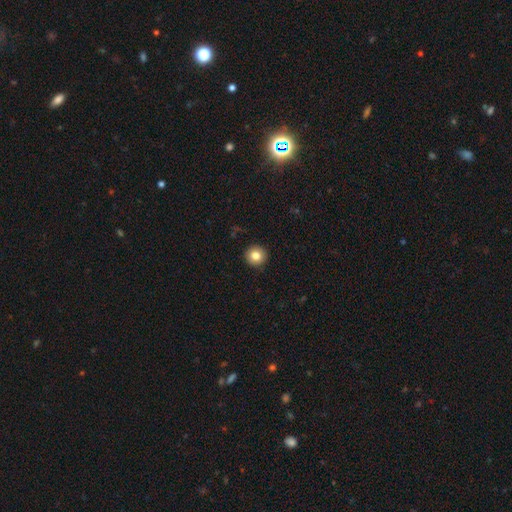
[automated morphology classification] smooth_or_featured: smooth (p=0.82) [alt: star or artifact p=0.10]
how_rounded: round (p=0.95) [alt: in between p=0.04]
merging: none (p=0.93) [alt: minor disturbance p=0.04]